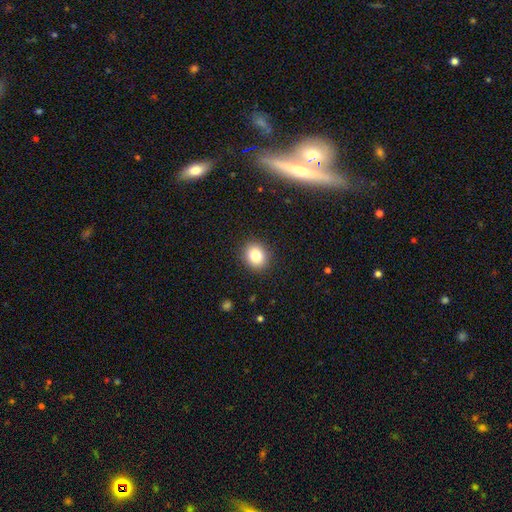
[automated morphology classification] smooth 83%, star or artifact 10%, featured or disk 7%. Down the decision tree: how rounded — round (65%); merging — none (89%).